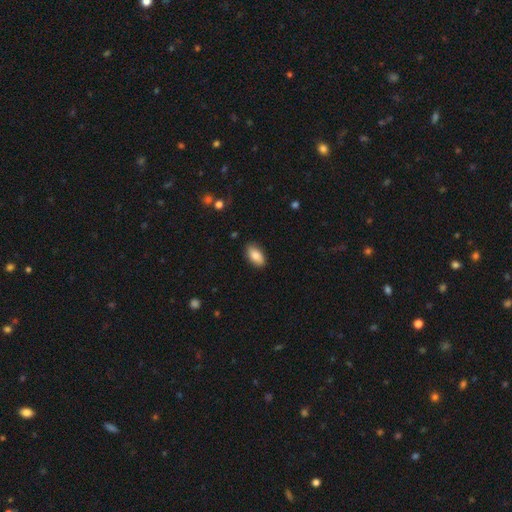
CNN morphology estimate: The model was most divided on "smooth or featured": smooth: 85%, featured or disk: 9%, star or artifact: 7%. More confident: how rounded — in between (92%); merging — none (87%).